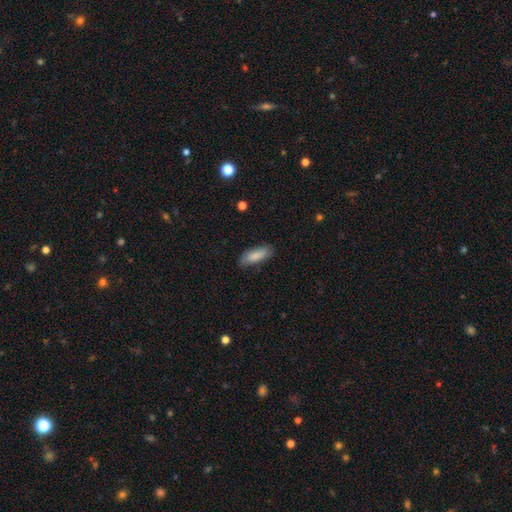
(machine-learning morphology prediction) Overall: smooth (85%). How rounded: in between (64%; cigar-shaped 34%). Merging: none (81%).